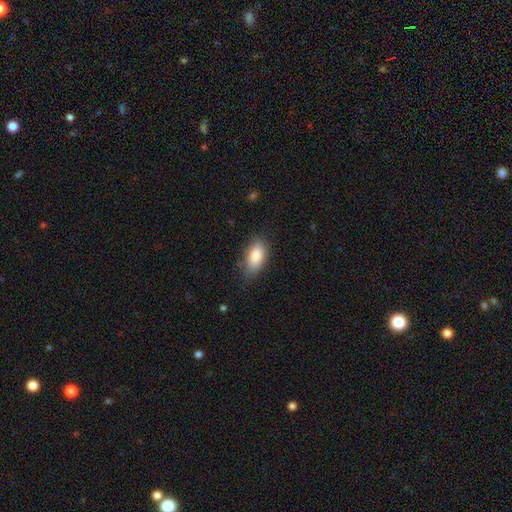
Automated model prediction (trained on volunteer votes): smooth 86%, featured or disk 8%, star or artifact 7%. Down the decision tree: how rounded — in between (90%); merging — none (78%).